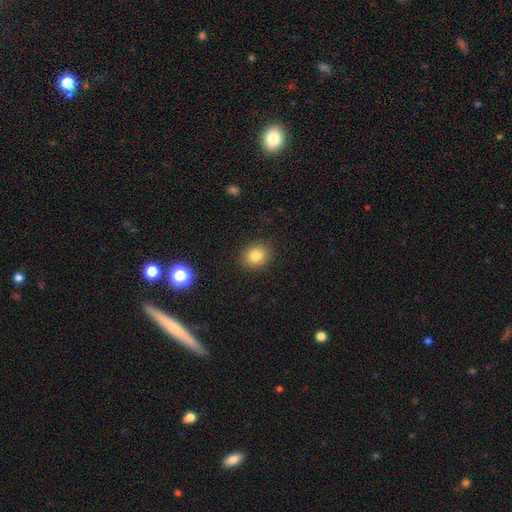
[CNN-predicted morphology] The model was most divided on "how rounded": round: 70%, in between: 29%, cigar-shaped: 1%. More confident: merging — none (87%); smooth or featured — smooth (81%).